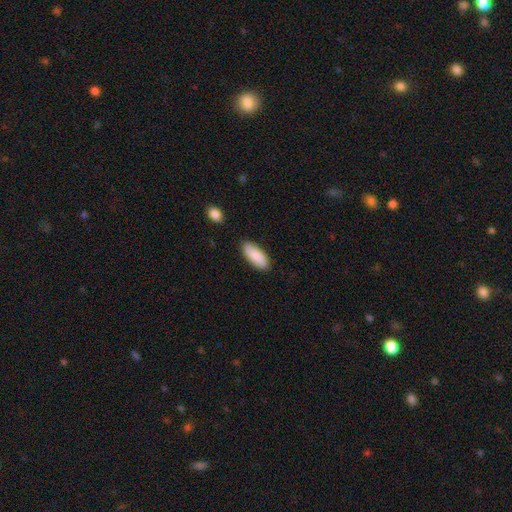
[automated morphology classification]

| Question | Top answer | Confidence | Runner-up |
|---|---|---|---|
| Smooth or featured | smooth | 87% | featured or disk (7%) |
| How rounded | in between | 81% | cigar-shaped (17%) |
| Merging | none | 87% | minor disturbance (10%) |